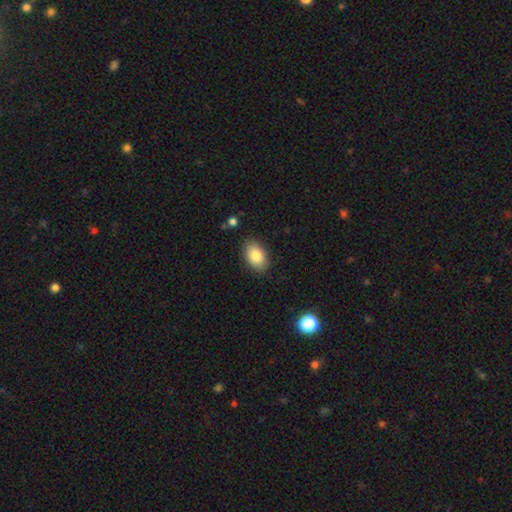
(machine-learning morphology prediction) A smooth galaxy with no disk features (86%) that is in between round and cigar-shaped (90%). Merging: none (86%).